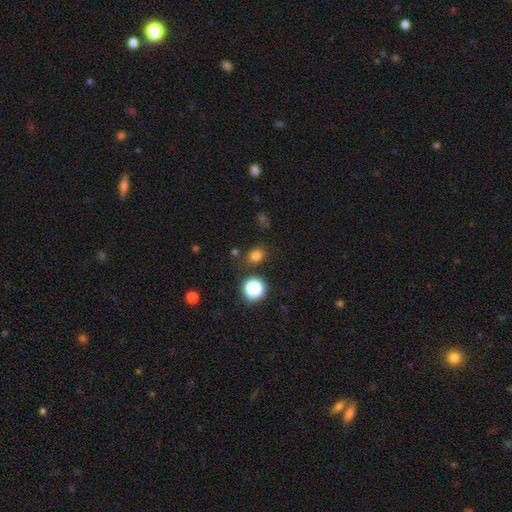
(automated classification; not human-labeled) A smooth galaxy with no disk features (75%) that is round (64%).

Vote fractions:
- Smooth or featured? smooth: 75% / star or artifact: 20% / featured or disk: 5%
- How rounded? round: 64% / in between: 35% / cigar-shaped: 1%
- Merging? none: 82% / minor disturbance: 11% / merger: 4% / major disturbance: 4%